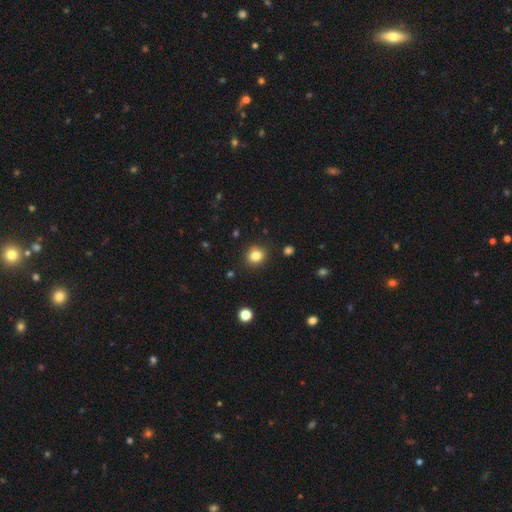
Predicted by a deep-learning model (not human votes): Morphology: type=smooth (82%); roundness=round (81%); merging=none (87%).